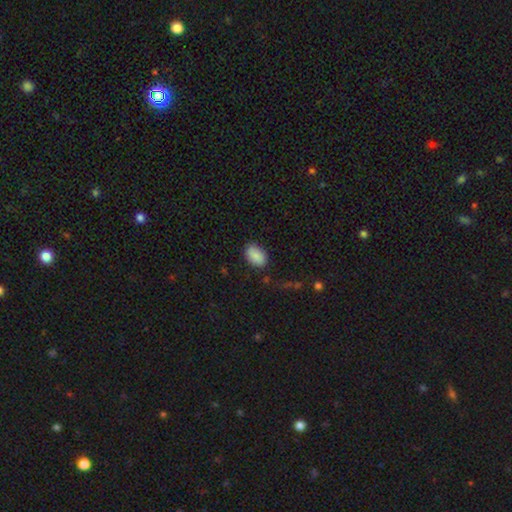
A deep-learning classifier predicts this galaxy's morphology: A smooth galaxy with no disk features (88%) that is in between round and cigar-shaped (89%).

Vote fractions:
- Smooth or featured? smooth: 88% / star or artifact: 7% / featured or disk: 5%
- How rounded? in between: 89% / round: 9% / cigar-shaped: 1%
- Merging? none: 80% / minor disturbance: 15% / major disturbance: 3% / merger: 2%